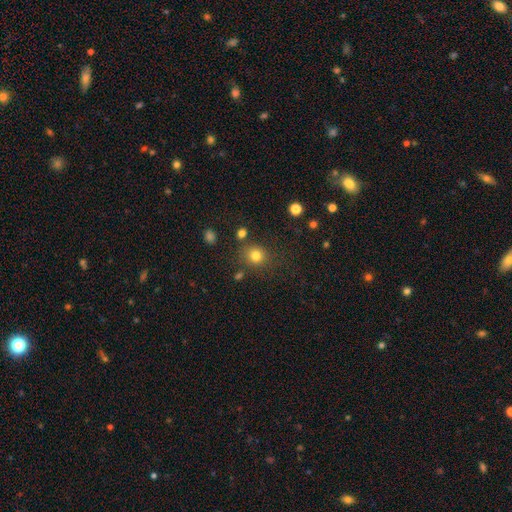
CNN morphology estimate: Overall: smooth (80%). How rounded: round (84%). Merging: none (80%).